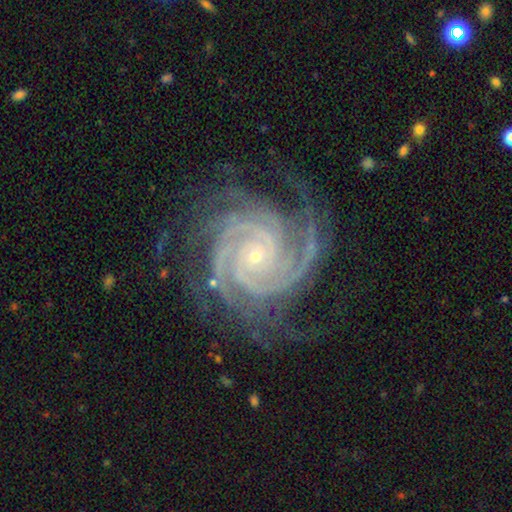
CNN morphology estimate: Smooth or featured? featured or disk (93%)
Edge-on disk? no (98%)
Bar? no (73%)
Spiral arms? yes (99%)
Spiral winding? tight (78%)
Spiral arm count? 4 (33%)
Bulge size? small (85%)
Merging? none (75%)